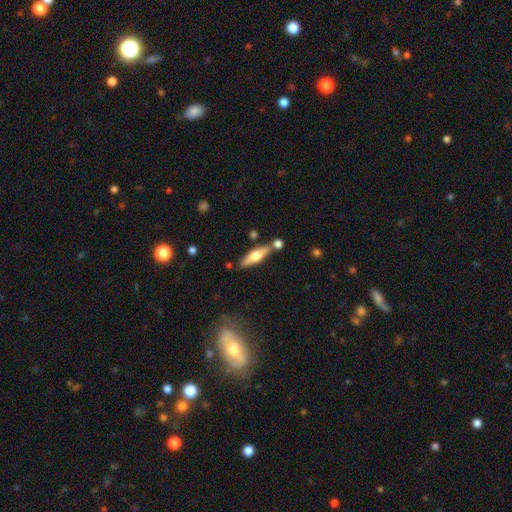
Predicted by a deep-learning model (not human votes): This appears to be a featured or disk galaxy (53%) viewed edge-on (92%). Merging: none (76%).